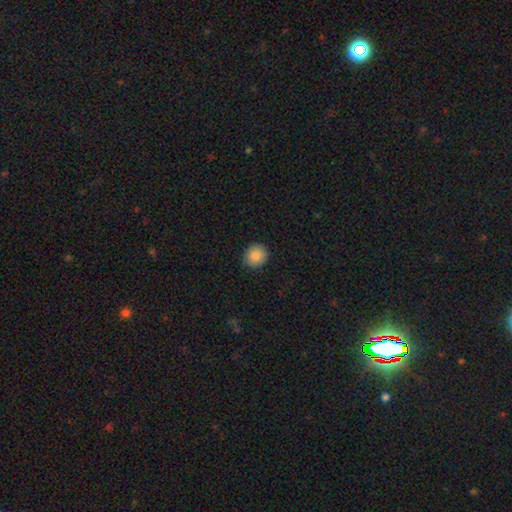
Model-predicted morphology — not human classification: The model was most divided on "how rounded": round: 86%, in between: 13%, cigar-shaped: 1%. More confident: merging — none (89%); smooth or featured — smooth (87%).